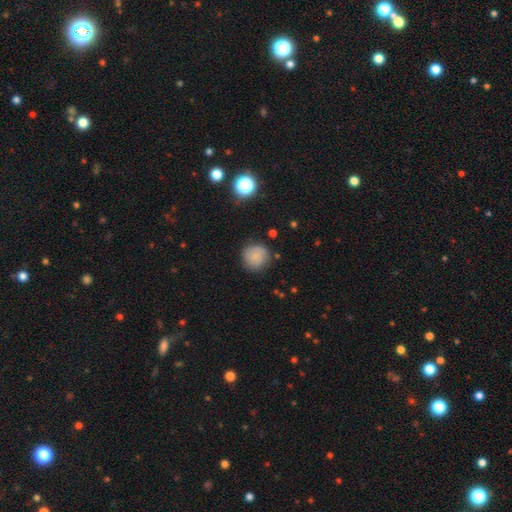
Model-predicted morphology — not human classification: Smooth or featured?
  - smooth: 75% *
  - featured or disk: 14%
  - star or artifact: 11%
How rounded?
  - round: 92% *
  - in between: 7%
  - cigar-shaped: 1%
Merging?
  - none: 79% *
  - minor disturbance: 15%
  - major disturbance: 4%
  - merger: 2%